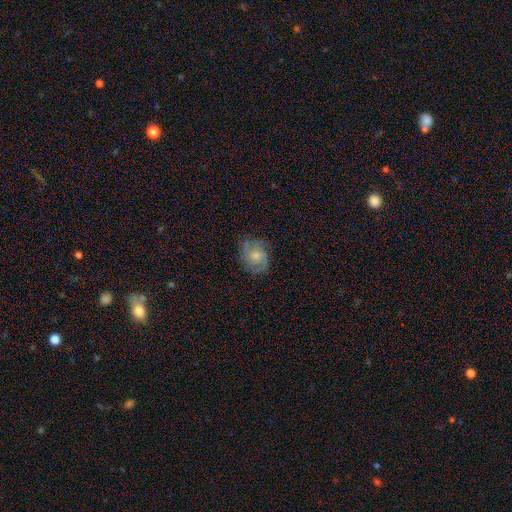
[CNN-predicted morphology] The model was most divided on "spiral winding": tight: 47%, medium: 40%, loose: 12%. Remaining: edge-on disk — no (97%); spiral arms — yes (91%); bar — no (74%); merging — none (74%); smooth or featured — featured or disk (65%); spiral arm count — 2 (53%); bulge size — moderate (48%).